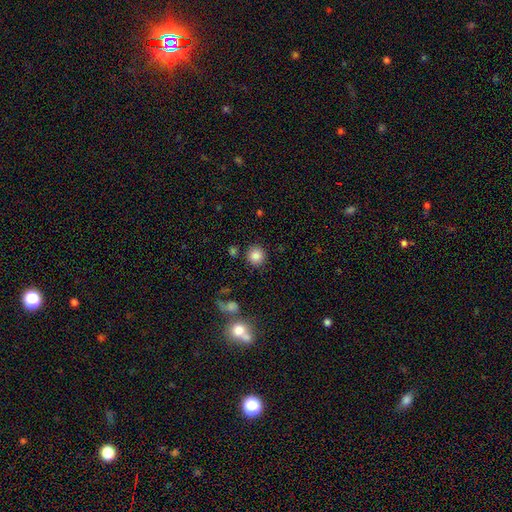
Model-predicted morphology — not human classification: type=smooth (84%); roundness=round (91%); merging=none (86%).